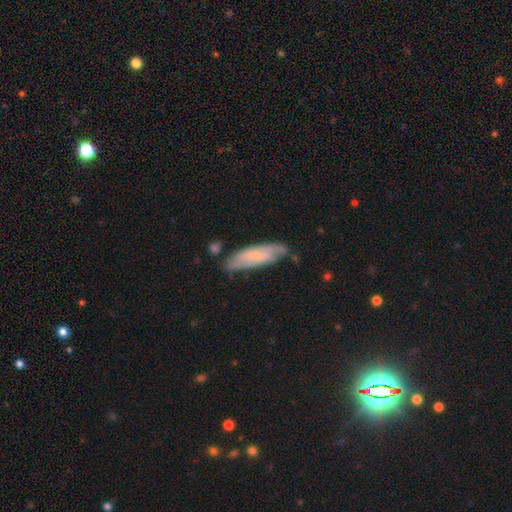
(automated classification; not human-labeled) Smooth or featured? Predicted: smooth (p=0.52). How rounded? Predicted: cigar-shaped (p=0.55). Merging? Predicted: none (p=0.64).